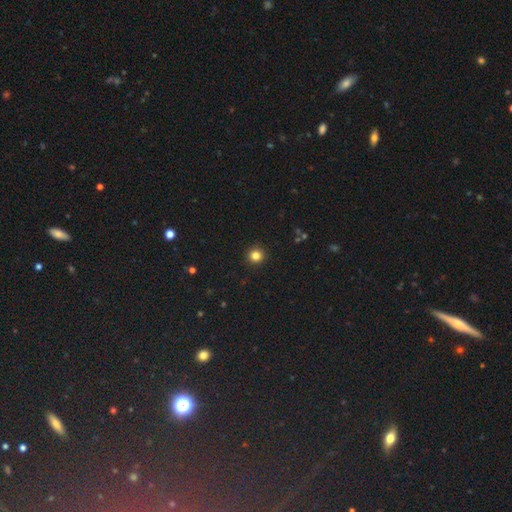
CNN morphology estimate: Smooth or featured? smooth (83%)
How rounded? round (94%)
Merging? none (93%)